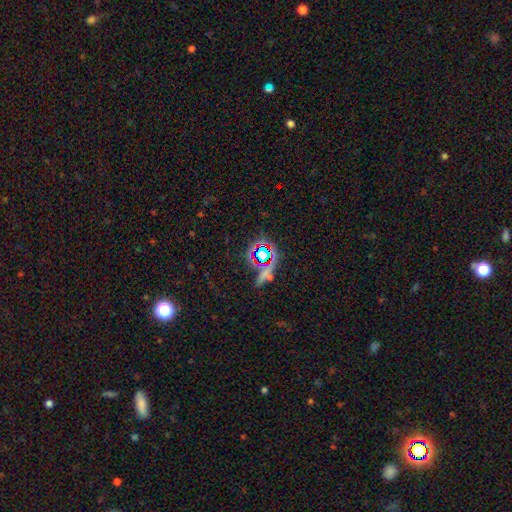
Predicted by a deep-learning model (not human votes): star or artifact 70%, smooth 16%, featured or disk 14%.